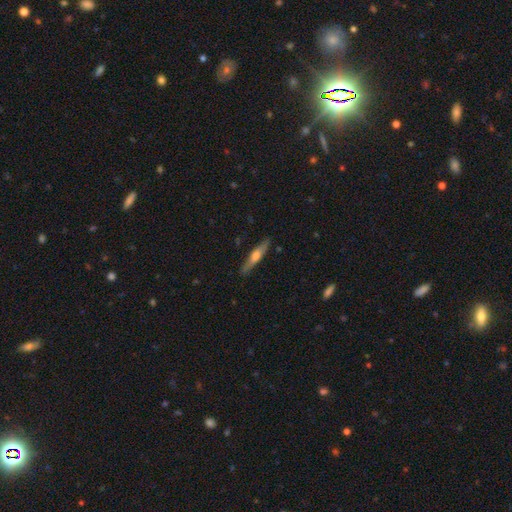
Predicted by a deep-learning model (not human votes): A featured or disk galaxy (53%) viewed edge-on (94%).

Vote fractions:
- Smooth or featured? featured or disk: 53% / smooth: 41% / star or artifact: 6%
- Edge-on disk? yes: 94% / no: 6%
- Merging? none: 88% / minor disturbance: 9% / major disturbance: 2% / merger: 1%